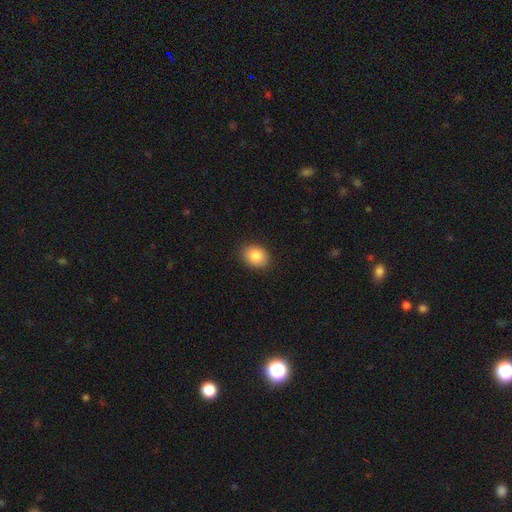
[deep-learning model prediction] smooth_or_featured: smooth (p=0.85) [alt: star or artifact p=0.08]
how_rounded: in between (p=0.55) [alt: round p=0.45]
merging: none (p=0.89) [alt: minor disturbance p=0.08]